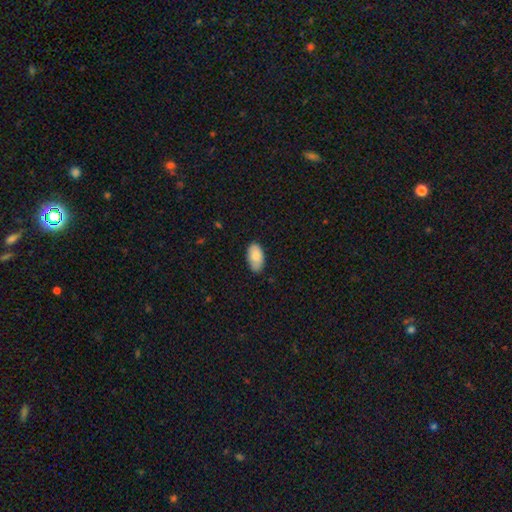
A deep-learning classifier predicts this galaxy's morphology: Smooth or featured? Predicted: smooth (p=0.85). How rounded? Predicted: in between (p=0.95). Merging? Predicted: none (p=0.76).